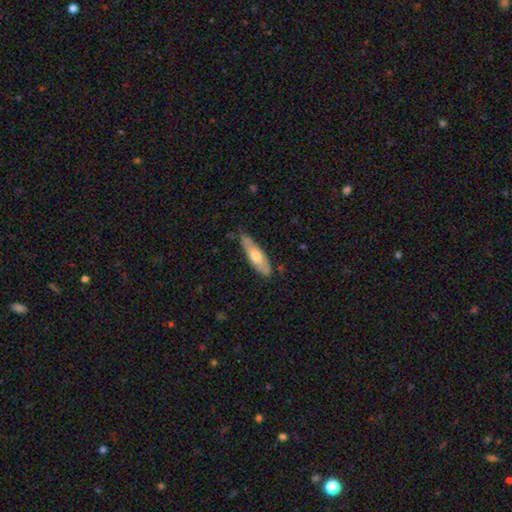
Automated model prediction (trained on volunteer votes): A smooth galaxy with no disk features (60%) that is cigar-shaped (61%). Merging: none (71%).